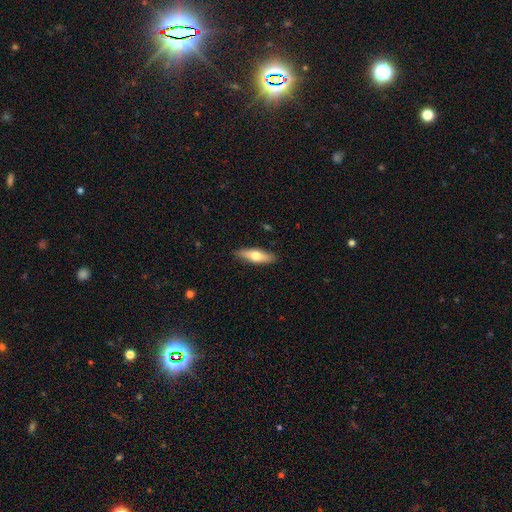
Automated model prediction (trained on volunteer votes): This appears to be a smooth galaxy with no disk features (63%) that is cigar-shaped (52%). Merging: none (88%).